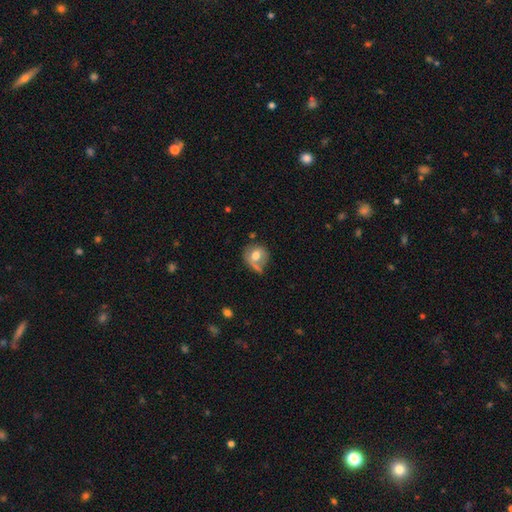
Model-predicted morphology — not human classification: A smooth galaxy with no disk features (67%) that is round (75%).

Vote fractions:
- Smooth or featured? smooth: 67% / featured or disk: 25% / star or artifact: 8%
- How rounded? round: 75% / in between: 24% / cigar-shaped: 1%
- Merging? none: 44% / minor disturbance: 26% / merger: 16% / major disturbance: 14%